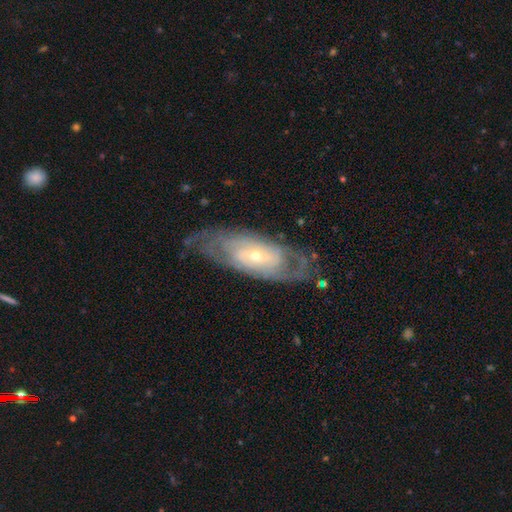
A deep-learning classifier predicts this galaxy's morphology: Smooth or featured: featured or disk — 82% (smooth — 13%)
Edge-on disk: no — 89% (yes — 11%)
Bar: no — 60% (weak — 30%)
Spiral arms: yes — 87% (no — 13%)
Spiral winding: tight — 65% (medium — 27%)
Spiral arm count: can't tell — 45% (2 — 35%)
Bulge size: small — 61% (moderate — 36%)
Merging: none — 71% (minor disturbance — 19%)